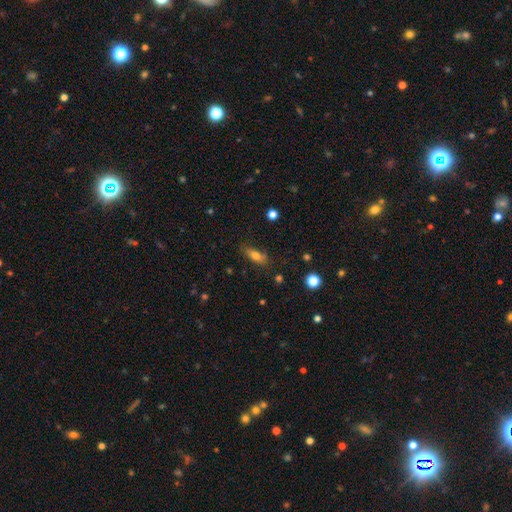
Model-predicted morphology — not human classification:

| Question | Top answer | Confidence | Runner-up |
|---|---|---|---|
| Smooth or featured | smooth | 72% | featured or disk (19%) |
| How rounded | in between | 65% | cigar-shaped (30%) |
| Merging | none | 74% | minor disturbance (19%) |